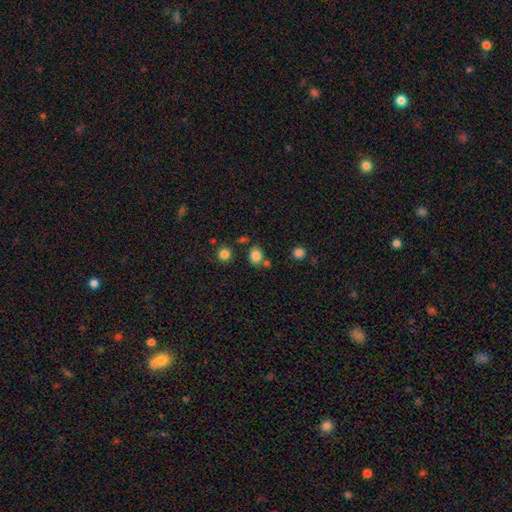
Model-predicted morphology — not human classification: Q: Smooth or featured?
A: smooth (83%); runner-up: star or artifact (12%)
Q: How rounded?
A: round (53%); runner-up: in between (46%)
Q: Merging?
A: none (70%); runner-up: merger (14%)